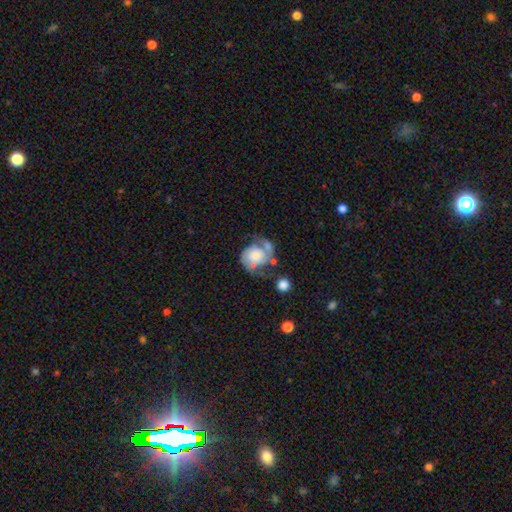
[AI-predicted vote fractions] Overall: featured or disk (64%; smooth 29%). Edge-on disk: no (98%). Bar: no (79%). Spiral arms: yes (82%). Spiral arm count: 2 (77%). Spiral winding: medium (42%; tight 29%). Bulge size: large (29%; none 23%). Merging: none (36%; major disturbance 25%).